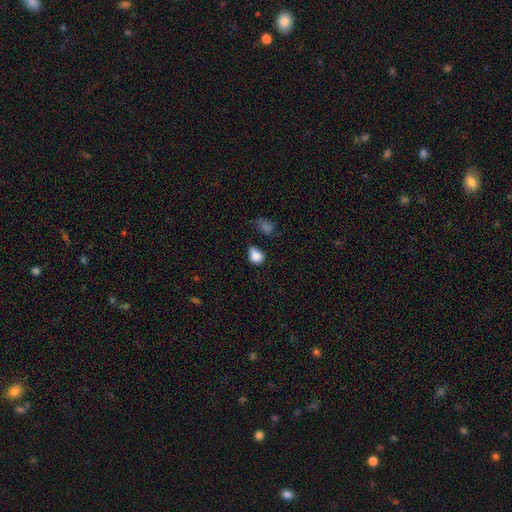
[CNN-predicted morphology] Q: Smooth or featured?
A: smooth (84%); runner-up: star or artifact (11%)
Q: How rounded?
A: in between (51%); runner-up: round (47%)
Q: Merging?
A: none (44%); runner-up: minor disturbance (37%)